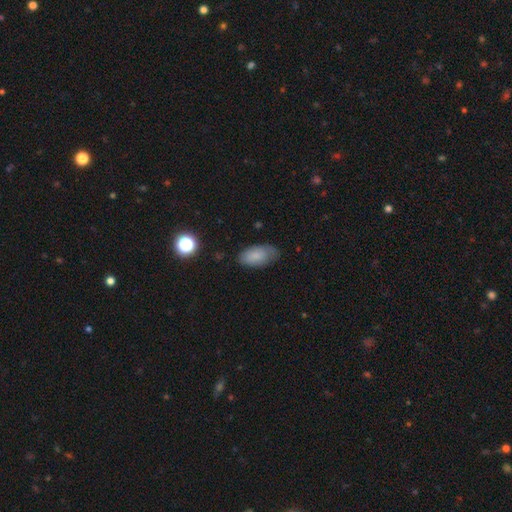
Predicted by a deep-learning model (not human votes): This appears to be a smooth galaxy with no disk features (80%) that is in between round and cigar-shaped (93%). Merging: none (68%).